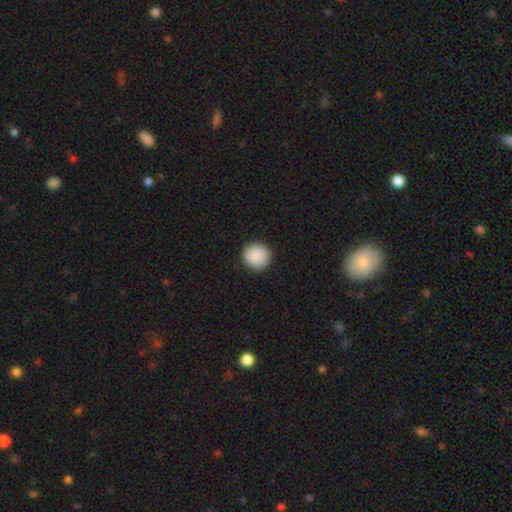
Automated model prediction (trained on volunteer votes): A smooth galaxy with no disk features (89%) that is round (94%). Merging: none (91%).